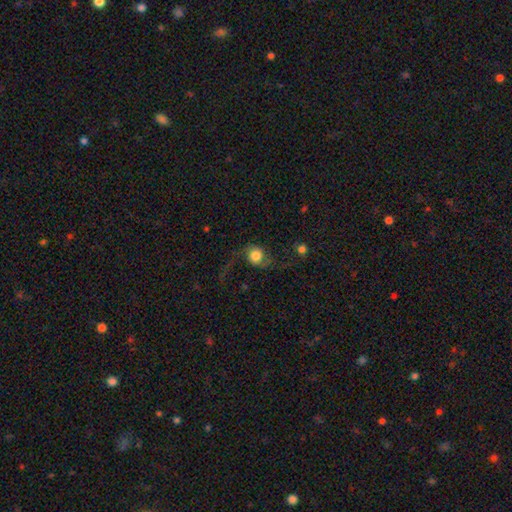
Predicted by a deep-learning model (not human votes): This appears to be a featured or disk galaxy (53%) with no bar (74%), spiral arms (89%) and a large central bulge (44%). Merging: none (52%).